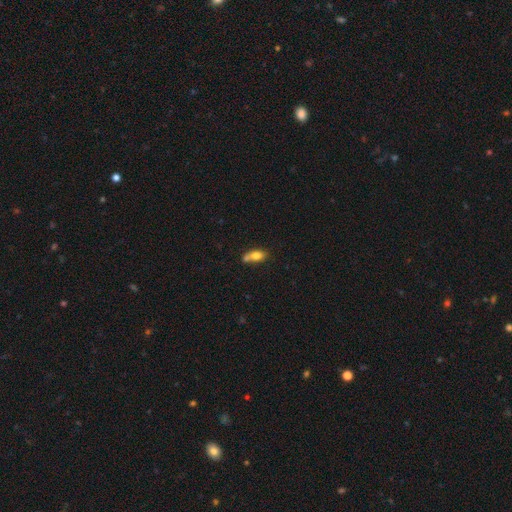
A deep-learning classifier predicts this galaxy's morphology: This is likely a smooth galaxy (74%). How rounded: likely in between (77%). Merging: marginally none (38%).